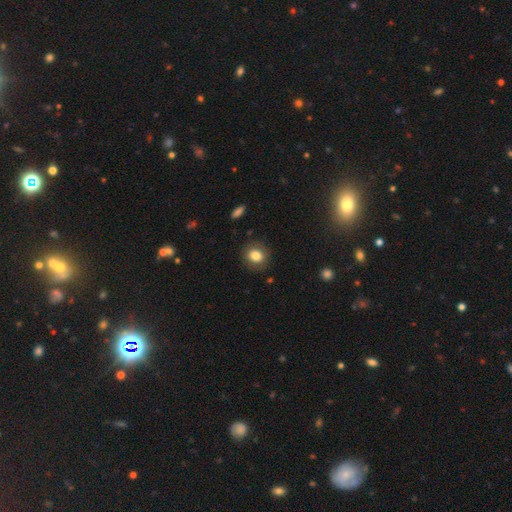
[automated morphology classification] Q: Smooth or featured?
A: smooth (82%); runner-up: star or artifact (9%)
Q: How rounded?
A: round (75%); runner-up: in between (24%)
Q: Merging?
A: none (86%); runner-up: minor disturbance (9%)